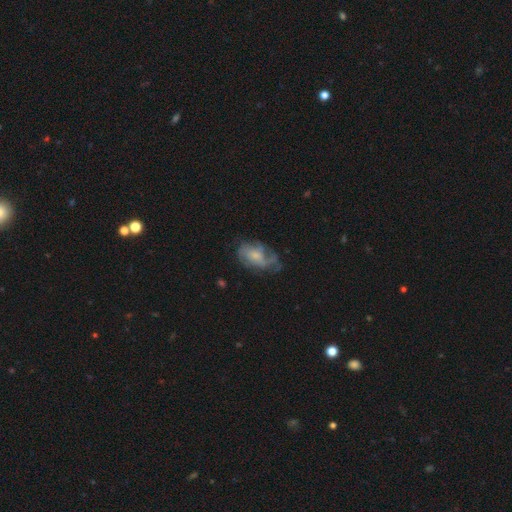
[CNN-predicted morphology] This appears to be a featured or disk galaxy (56%) with no bar (69%), spiral arms (68%) and a small central bulge (40%). Merging: none (46%).